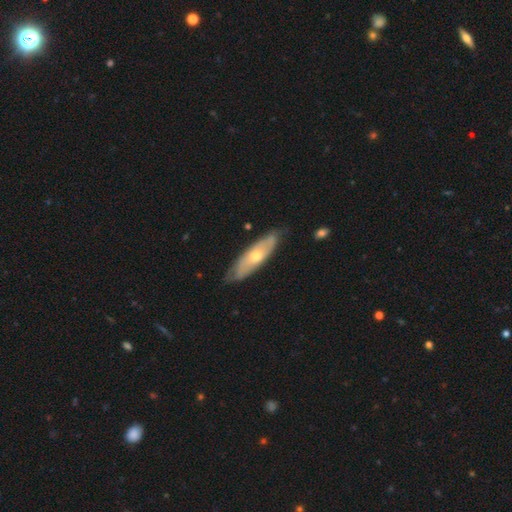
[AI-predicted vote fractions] Q: Smooth or featured?
A: featured or disk (53%); runner-up: smooth (42%)
Q: Edge-on disk?
A: no (61%); runner-up: yes (39%)
Q: Merging?
A: none (75%); runner-up: minor disturbance (20%)